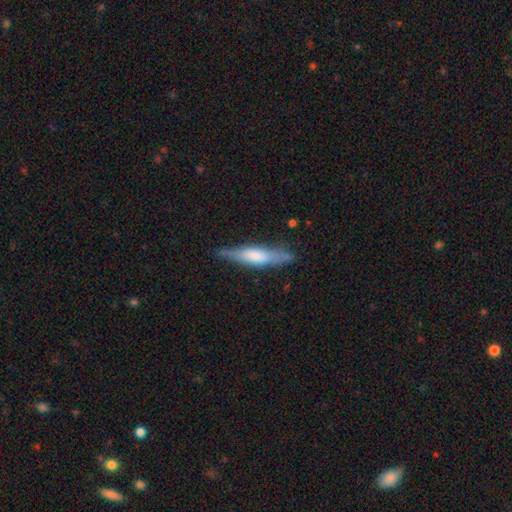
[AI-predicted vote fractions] smooth 47% (tied), featured or disk 47% (tied), star or artifact 6%. Down the decision tree: merging — none (78%).